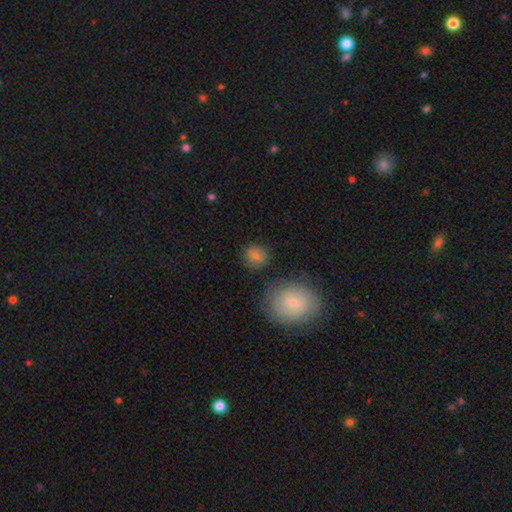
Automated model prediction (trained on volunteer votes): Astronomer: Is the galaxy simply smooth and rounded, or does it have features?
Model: smooth — 75%.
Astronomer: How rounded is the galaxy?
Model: round — 85%.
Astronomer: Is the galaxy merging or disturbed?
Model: none — 79%.